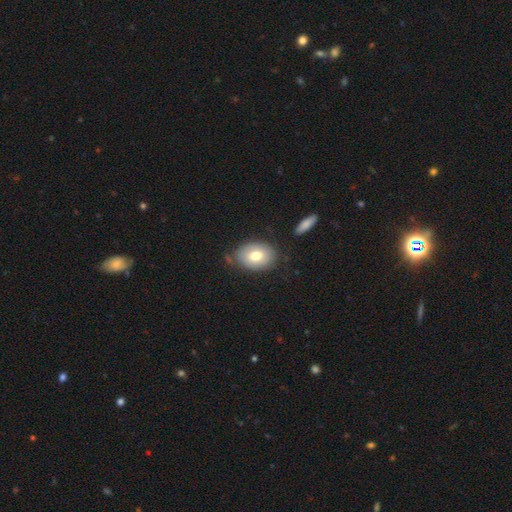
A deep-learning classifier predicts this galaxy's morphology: The model was most divided on "how rounded": in between: 76%, round: 23%, cigar-shaped: 1%. More confident: smooth or featured — smooth (75%); merging — none (74%).